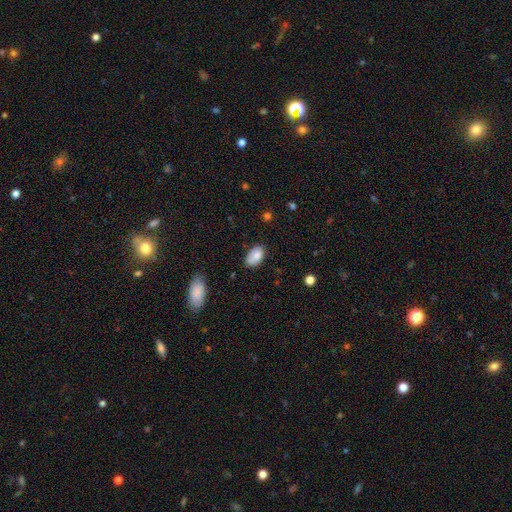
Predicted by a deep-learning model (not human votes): Smooth or featured: smooth — 83% (featured or disk — 10%)
How rounded: in between — 93% (round — 5%)
Merging: none — 73% (minor disturbance — 21%)